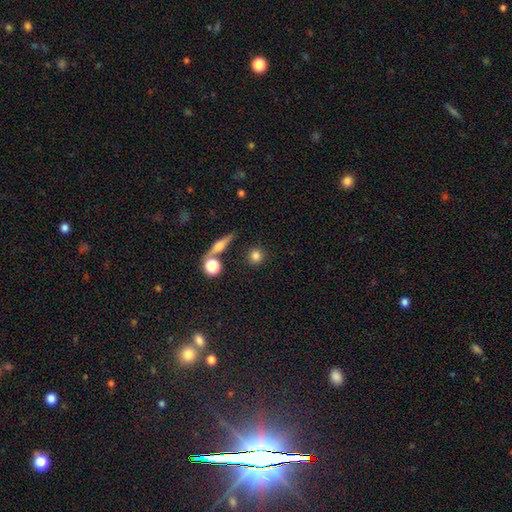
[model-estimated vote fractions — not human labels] Overall: smooth (81%). How rounded: round (89%). Merging: none (82%).